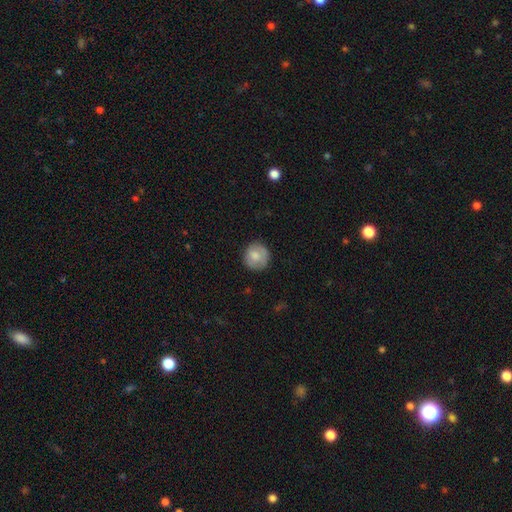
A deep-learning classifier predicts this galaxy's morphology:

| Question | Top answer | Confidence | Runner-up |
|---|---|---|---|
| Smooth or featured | smooth | 78% | featured or disk (16%) |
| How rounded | round | 92% | in between (7%) |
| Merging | none | 84% | minor disturbance (12%) |